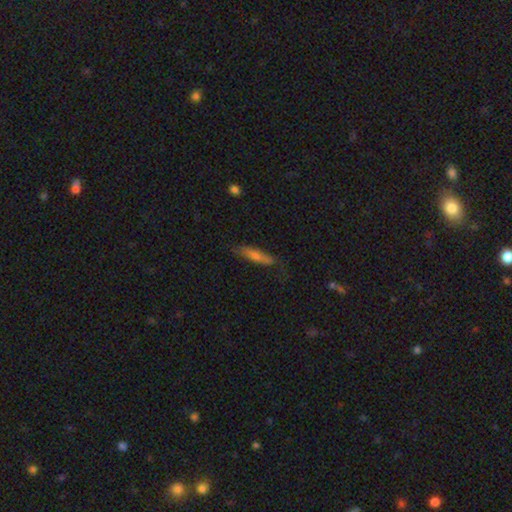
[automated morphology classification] smooth 61%, featured or disk 32%, star or artifact 7%. Down the decision tree: how rounded — cigar-shaped (81%); merging — none (73%).